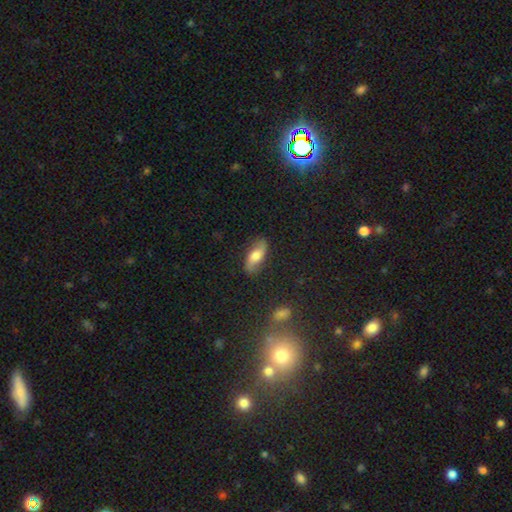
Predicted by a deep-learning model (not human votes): smooth-or-featured: smooth: 51% | featured or disk: 41% | star or artifact: 8%
  how-rounded: in between: 77% | cigar-shaped: 18% | round: 4%
  merging: none: 80% | minor disturbance: 14% | major disturbance: 4% | merger: 2%